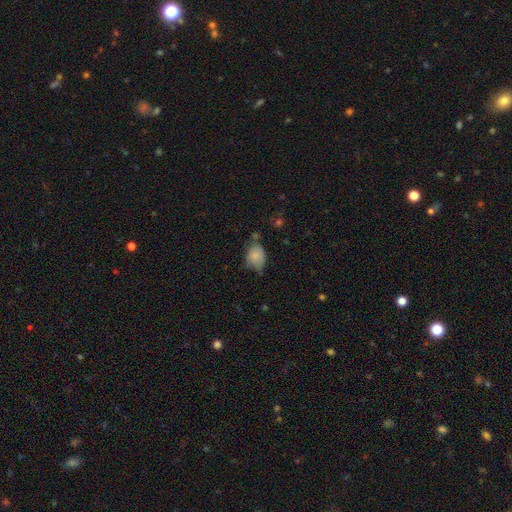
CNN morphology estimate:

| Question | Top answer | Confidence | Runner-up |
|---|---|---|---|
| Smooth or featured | smooth | 80% | featured or disk (12%) |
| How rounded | in between | 71% | round (27%) |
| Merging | none | 47% | minor disturbance (38%) |